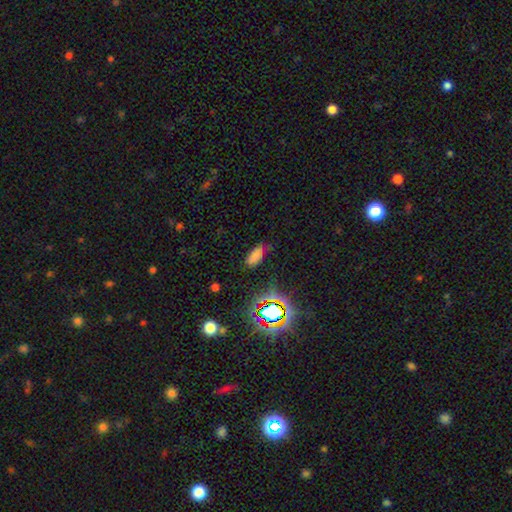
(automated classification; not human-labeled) A smooth galaxy with no disk features (69%) that is in between round and cigar-shaped (87%). Merging: none (69%).